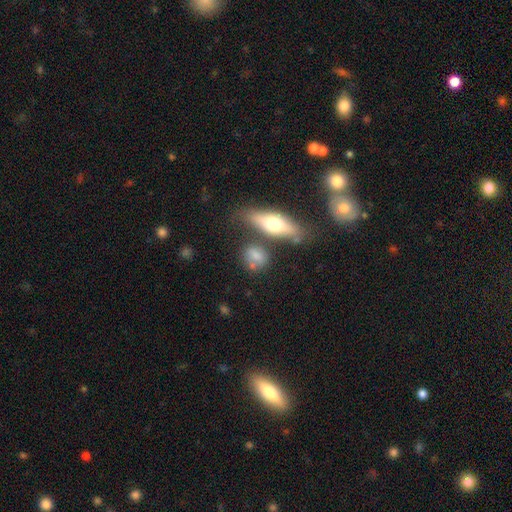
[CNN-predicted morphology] This is likely a smooth galaxy (73%). How rounded: possibly in between (46%). Merging: likely none (60%).